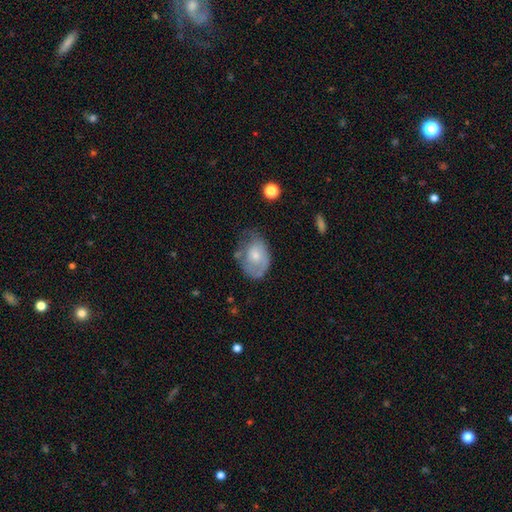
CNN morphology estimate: smooth-or-featured: smooth: 55% | featured or disk: 38% | star or artifact: 7%
  how-rounded: in between: 79% | round: 20% | cigar-shaped: 1%
  merging: none: 39% | minor disturbance: 36% | major disturbance: 22% | merger: 4%